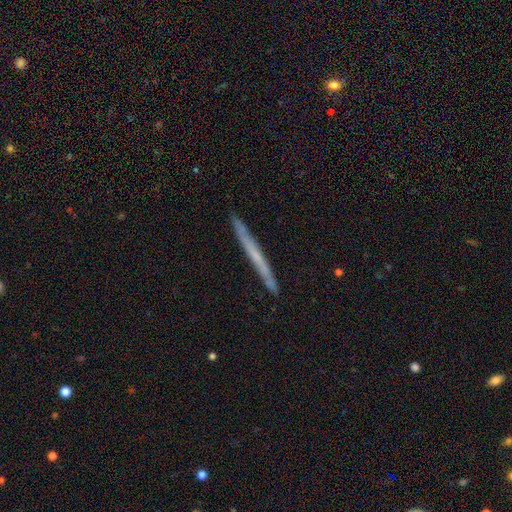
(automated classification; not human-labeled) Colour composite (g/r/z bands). It shows a featured or disk galaxy (56%) viewed edge-on (97%) with no central bulge (82%). Merging: none (90%).